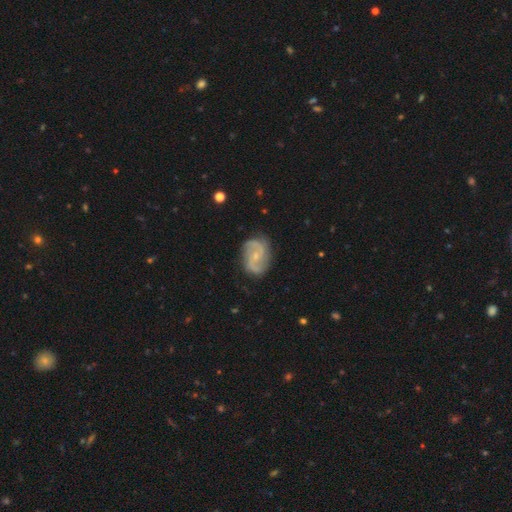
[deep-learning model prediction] This is clearly a featured or disk galaxy (85%). It is clearly not viewed edge-on (98%). Bar: possibly no (54%). Spiral arm pattern: clearly yes (96%). Spiral arm count: clearly 2 (84%). Spiral winding: possibly medium (47%). Central bulge: likely small (71%). Merging: likely none (80%).